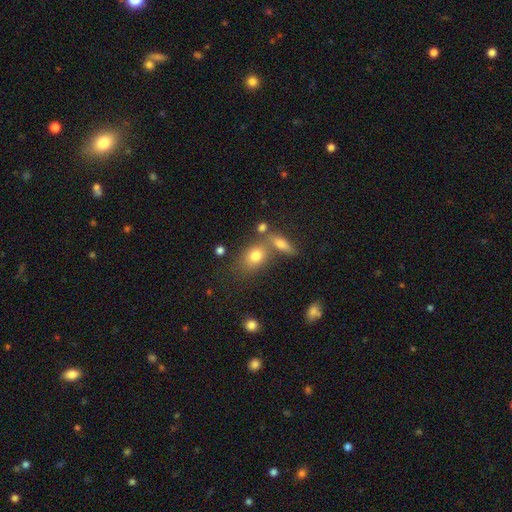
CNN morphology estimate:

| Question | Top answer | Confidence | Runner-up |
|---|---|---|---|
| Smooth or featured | smooth | 76% | featured or disk (14%) |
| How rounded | in between | 69% | round (27%) |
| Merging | none | 55% | merger (28%) |